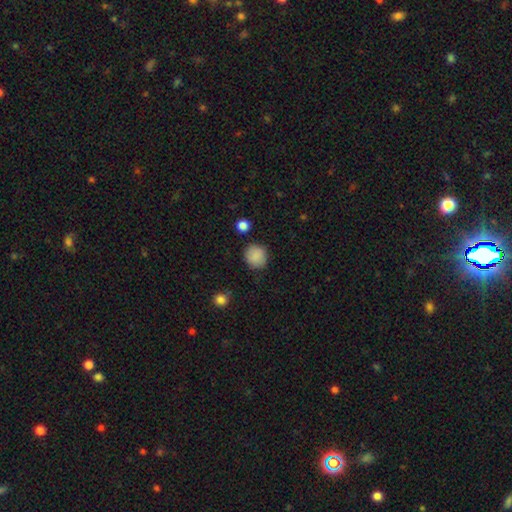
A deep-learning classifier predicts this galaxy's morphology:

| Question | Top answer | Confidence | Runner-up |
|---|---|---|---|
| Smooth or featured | smooth | 87% | star or artifact (9%) |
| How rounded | round | 87% | in between (12%) |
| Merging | none | 85% | minor disturbance (11%) |